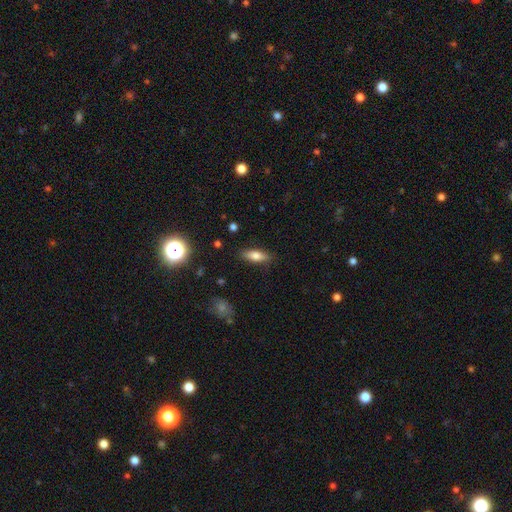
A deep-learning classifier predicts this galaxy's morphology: Smooth or featured?
  - smooth: 74% *
  - featured or disk: 18%
  - star or artifact: 8%
How rounded?
  - in between: 62% *
  - cigar-shaped: 35%
  - round: 3%
Merging?
  - none: 86% *
  - minor disturbance: 10%
  - major disturbance: 2%
  - merger: 1%